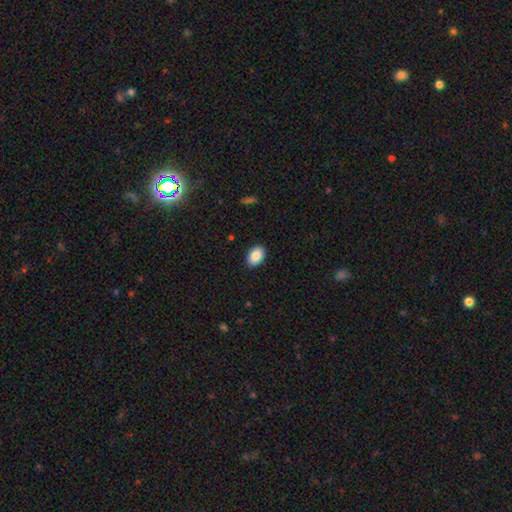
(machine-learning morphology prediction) A smooth galaxy with no disk features (89%) that is in between round and cigar-shaped (88%).

Vote fractions:
- Smooth or featured? smooth: 89% / star or artifact: 7% / featured or disk: 4%
- How rounded? in between: 88% / round: 11% / cigar-shaped: 1%
- Merging? none: 90% / minor disturbance: 7% / major disturbance: 2% / merger: 1%